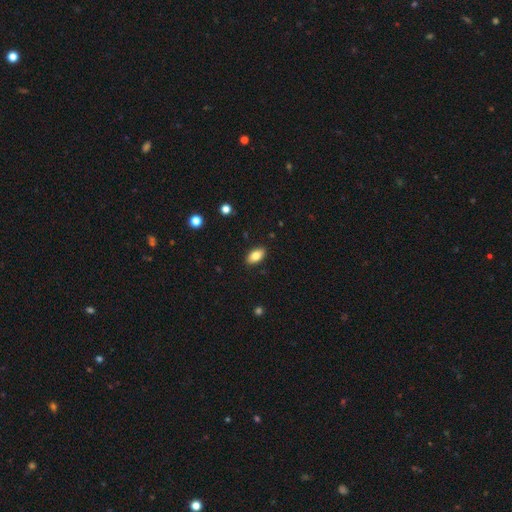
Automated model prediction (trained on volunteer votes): smooth 81%, featured or disk 11%, star or artifact 8%. Down the decision tree: how rounded — in between (92%); merging — none (89%).